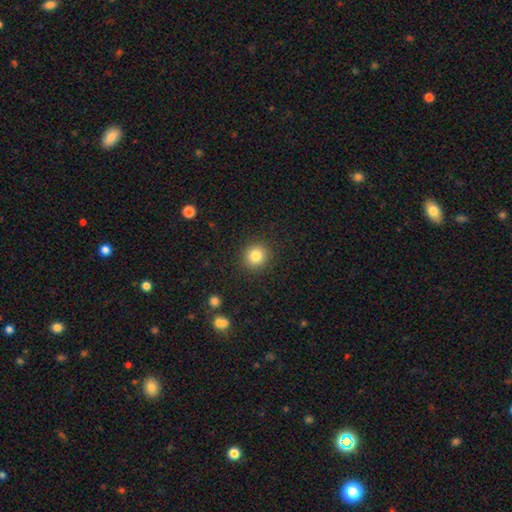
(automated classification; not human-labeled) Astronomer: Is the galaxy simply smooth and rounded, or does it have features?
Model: smooth — 83%.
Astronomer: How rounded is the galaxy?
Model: round — 91%.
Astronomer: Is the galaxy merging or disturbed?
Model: none — 90%.